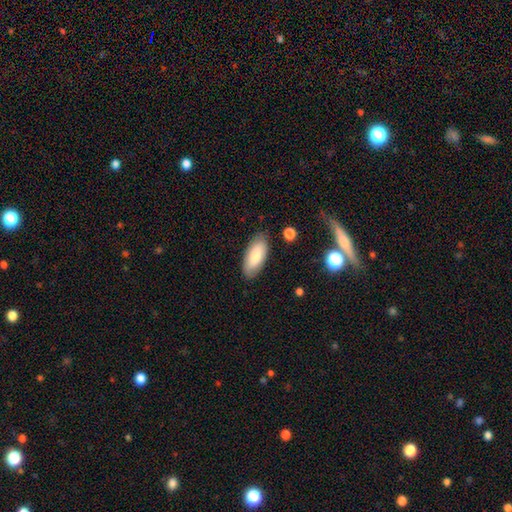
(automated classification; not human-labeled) Morphology: type=smooth (78%); roundness=in between (87%); merging=none (83%).